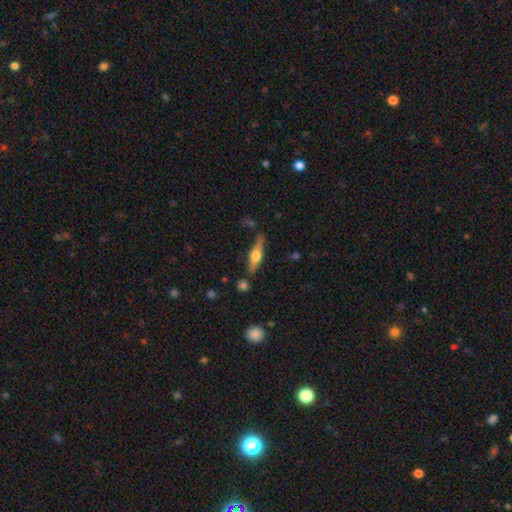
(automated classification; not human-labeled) This appears to be a featured or disk galaxy (48%). Merging: none (76%).